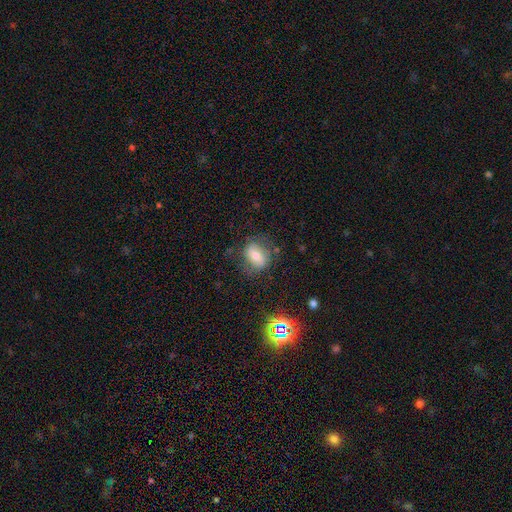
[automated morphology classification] smooth 54%, featured or disk 32%, star or artifact 14%. Down the decision tree: how rounded — in between (61%); merging — none (67%).